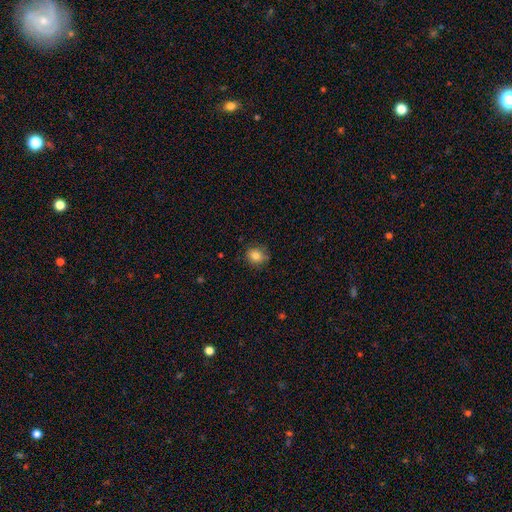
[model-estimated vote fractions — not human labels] This appears to be a smooth galaxy with no disk features (82%) that is round (73%). Merging: none (79%).